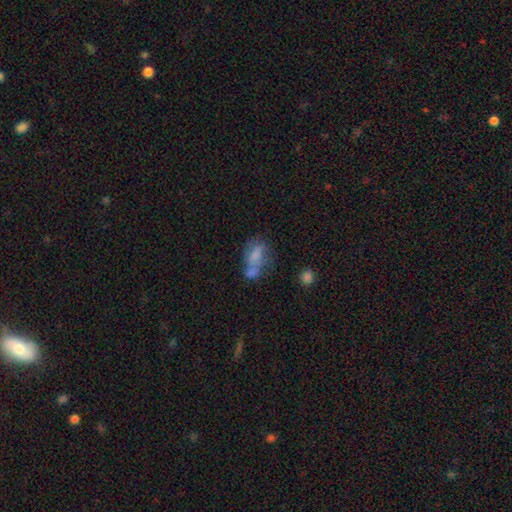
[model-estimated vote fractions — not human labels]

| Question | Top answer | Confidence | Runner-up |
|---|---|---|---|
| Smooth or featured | smooth | 62% | featured or disk (27%) |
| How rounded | in between | 85% | round (9%) |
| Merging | merger | 36% | none (27%) |